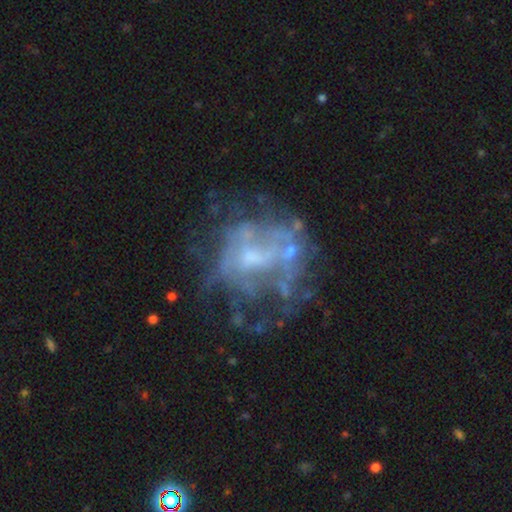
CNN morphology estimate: smooth_or_featured: featured or disk (p=0.70) [alt: smooth p=0.16]
disk_edge_on: no (p=0.98) [alt: yes p=0.02]
bar: no (p=0.74) [alt: weak p=0.21]
has_spiral_arms: no (p=0.74) [alt: yes p=0.26]
bulge_size: small (p=0.40) [alt: moderate p=0.30]
merging: none (p=0.44) [alt: major disturbance p=0.31]